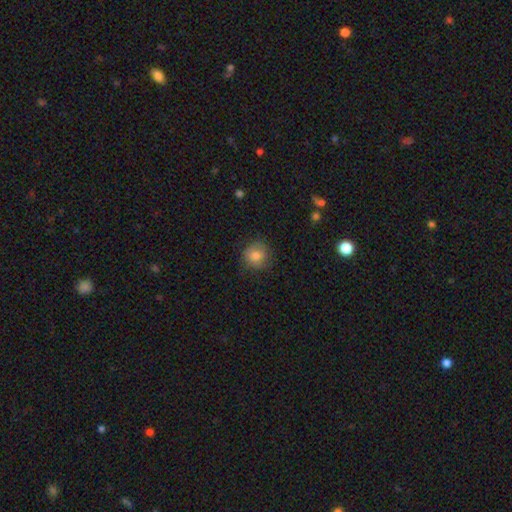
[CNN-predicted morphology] Smooth or featured: smooth — 78% (featured or disk — 13%)
How rounded: round — 85% (in between — 14%)
Merging: none — 76% (minor disturbance — 18%)